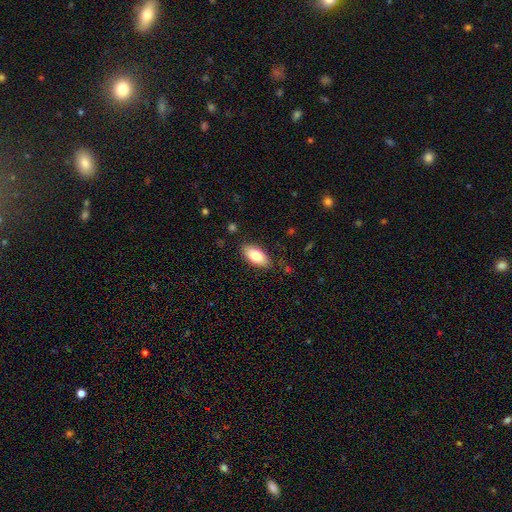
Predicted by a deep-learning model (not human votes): Q: Smooth or featured?
A: smooth (81%); runner-up: featured or disk (13%)
Q: How rounded?
A: in between (90%); runner-up: cigar-shaped (7%)
Q: Merging?
A: none (84%); runner-up: minor disturbance (12%)